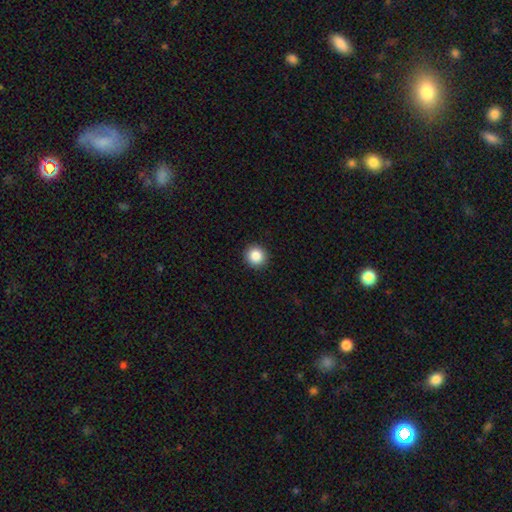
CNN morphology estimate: Overall: smooth (86%). How rounded: round (93%). Merging: none (93%).